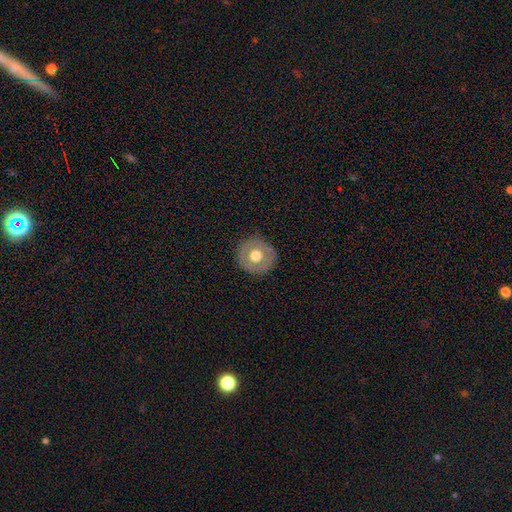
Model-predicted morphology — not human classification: Q: Smooth or featured?
A: smooth (54%); runner-up: featured or disk (39%)
Q: How rounded?
A: round (92%); runner-up: in between (7%)
Q: Merging?
A: none (86%); runner-up: minor disturbance (10%)